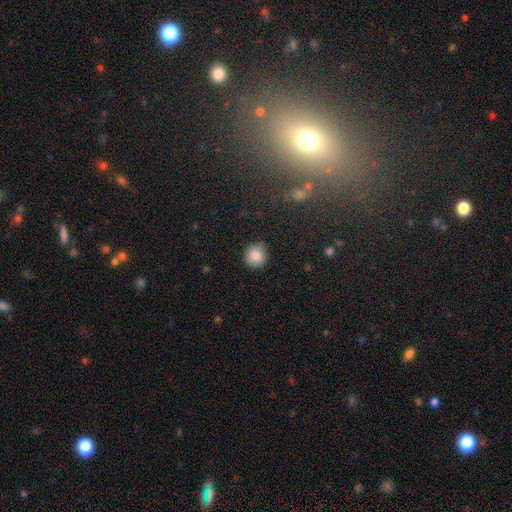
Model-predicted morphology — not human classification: The model was most divided on "smooth or featured": smooth: 85%, star or artifact: 9%, featured or disk: 6%. More confident: how rounded — round (92%); merging — none (89%).